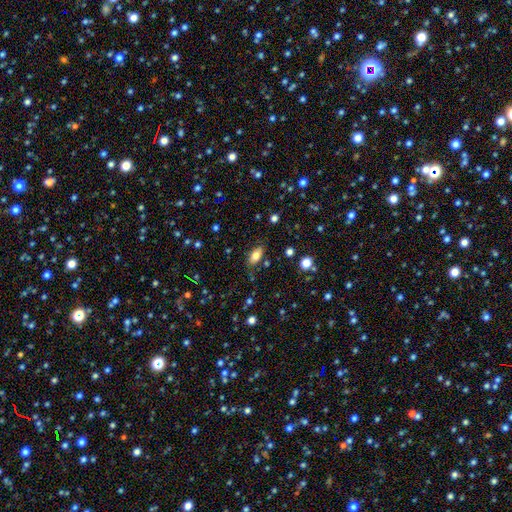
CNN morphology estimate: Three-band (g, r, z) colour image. It shows a smooth galaxy with no disk features (78%) that is in between round and cigar-shaped (90%). Merging: none (80%).